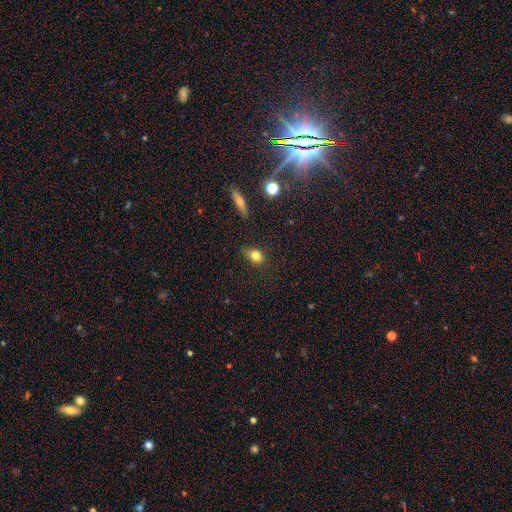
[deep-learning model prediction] A smooth galaxy with no disk features (79%) that is in between round and cigar-shaped (58%).

Vote fractions:
- Smooth or featured? smooth: 79% / star or artifact: 11% / featured or disk: 10%
- How rounded? in between: 58% / round: 37% / cigar-shaped: 4%
- Merging? none: 64% / minor disturbance: 26% / major disturbance: 7% / merger: 2%